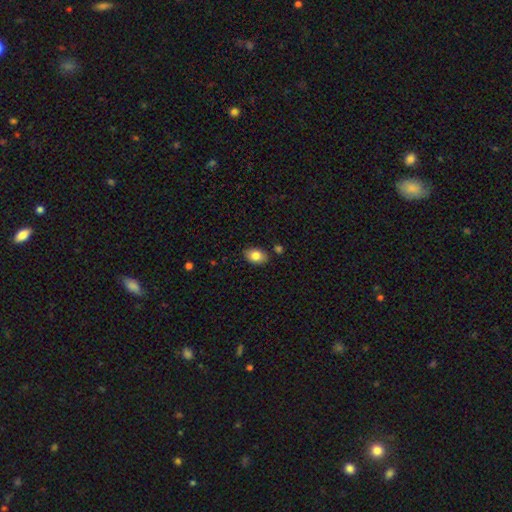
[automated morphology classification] type=smooth (82%); roundness=in between (85%); merging=none (84%).